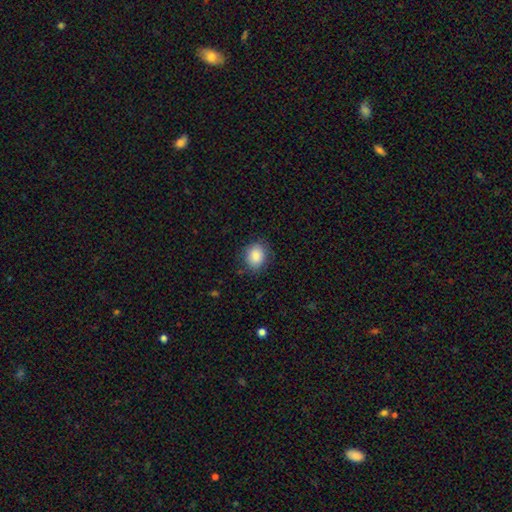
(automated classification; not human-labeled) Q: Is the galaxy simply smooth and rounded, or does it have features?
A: smooth — 86%.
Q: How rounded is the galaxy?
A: round — 54%.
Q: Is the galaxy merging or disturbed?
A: none — 82%.